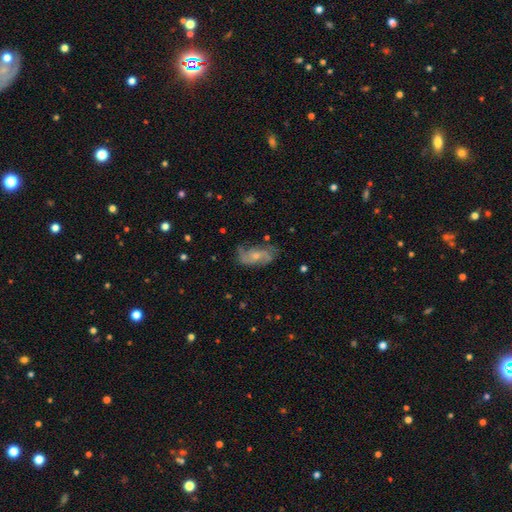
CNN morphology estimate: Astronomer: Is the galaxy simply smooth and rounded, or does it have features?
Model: featured or disk — 73%.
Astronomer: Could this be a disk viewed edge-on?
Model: no — 95%.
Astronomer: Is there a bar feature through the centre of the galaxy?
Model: no — 65%.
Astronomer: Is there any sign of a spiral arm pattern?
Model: yes — 92%.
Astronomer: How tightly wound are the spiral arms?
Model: medium — 43% (runner-up: loose, 39%).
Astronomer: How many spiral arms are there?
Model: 2 — 64%.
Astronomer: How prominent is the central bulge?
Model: small — 50% (runner-up: moderate, 42%).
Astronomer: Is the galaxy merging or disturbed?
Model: none — 65%.